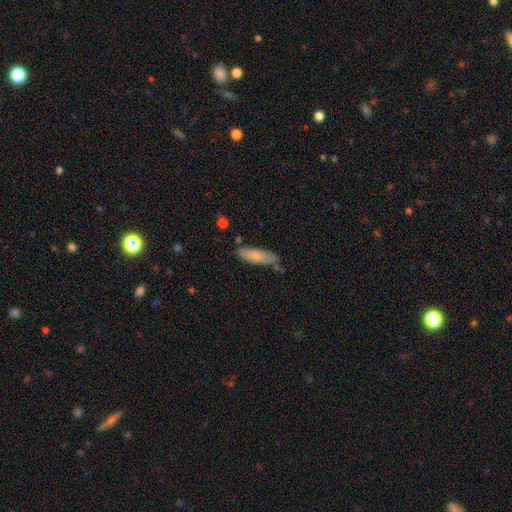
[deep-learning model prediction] smooth-or-featured: smooth: 77% | featured or disk: 17% | star or artifact: 6%
  how-rounded: cigar-shaped: 55% | in between: 44% | round: 2%
  merging: none: 73% | minor disturbance: 19% | merger: 5% | major disturbance: 3%